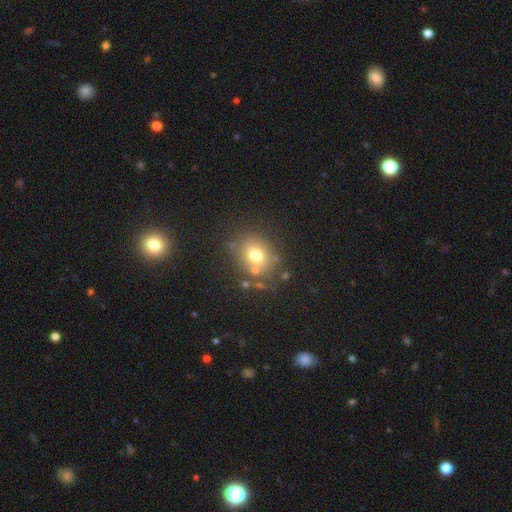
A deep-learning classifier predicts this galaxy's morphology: A smooth galaxy with no disk features (71%) that is round (65%). Merging: none (73%).